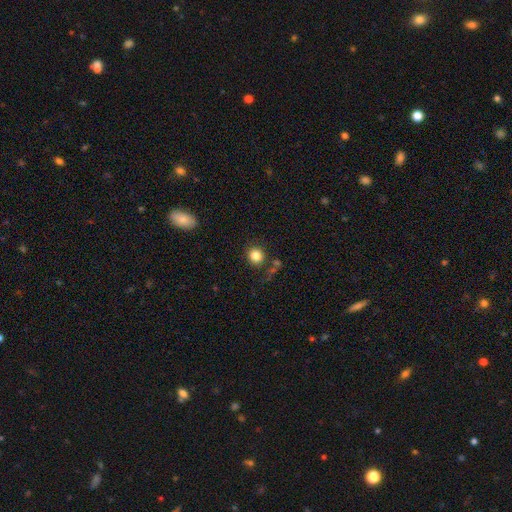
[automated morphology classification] This appears to be a smooth galaxy with no disk features (84%) that is round (86%). Merging: none (81%).